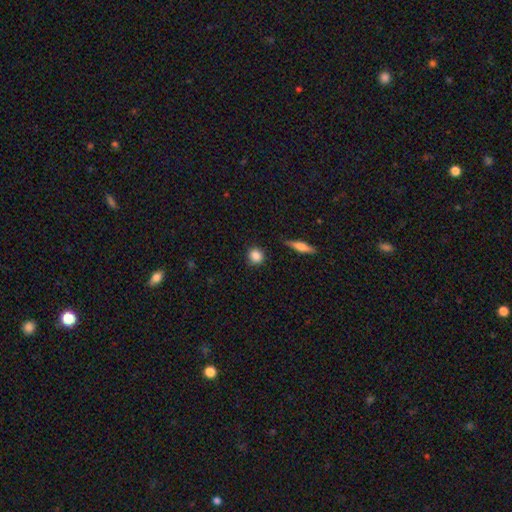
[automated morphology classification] A smooth galaxy with no disk features (86%) that is round (86%). Merging: none (88%).